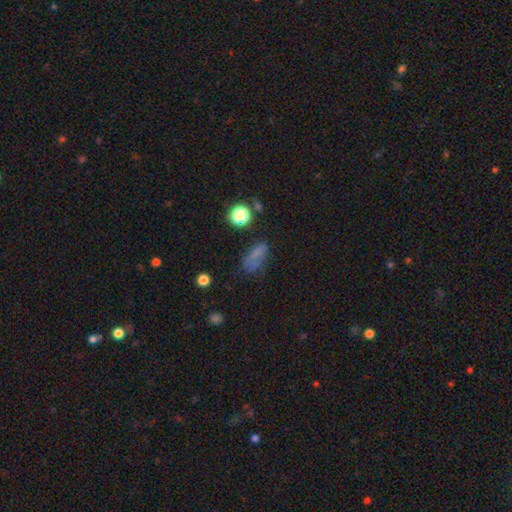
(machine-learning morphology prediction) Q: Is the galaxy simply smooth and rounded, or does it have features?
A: smooth — 60%.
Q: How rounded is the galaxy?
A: in between — 70%.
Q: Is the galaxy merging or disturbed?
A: none — 52%.